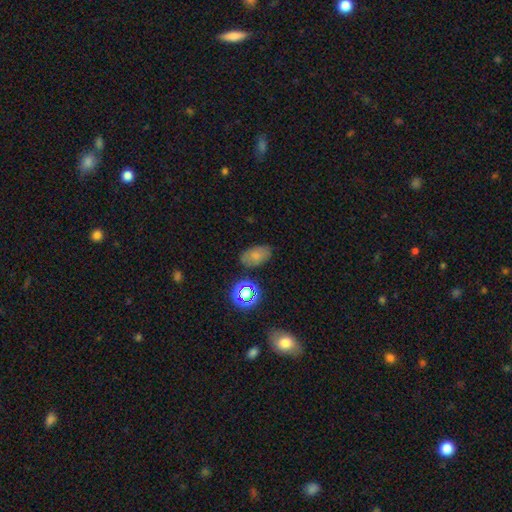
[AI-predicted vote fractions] A smooth galaxy with no disk features (72%) that is in between round and cigar-shaped (89%).

Vote fractions:
- Smooth or featured? smooth: 72% / star or artifact: 16% / featured or disk: 12%
- How rounded? in between: 89% / round: 9% / cigar-shaped: 2%
- Merging? none: 79% / minor disturbance: 14% / major disturbance: 4% / merger: 3%